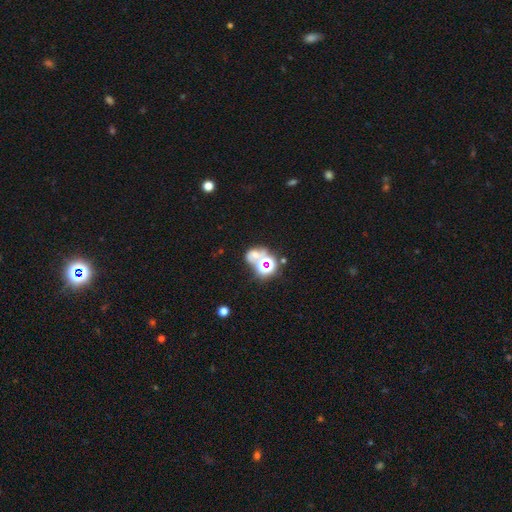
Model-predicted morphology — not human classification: Smooth or featured? star or artifact (46%)